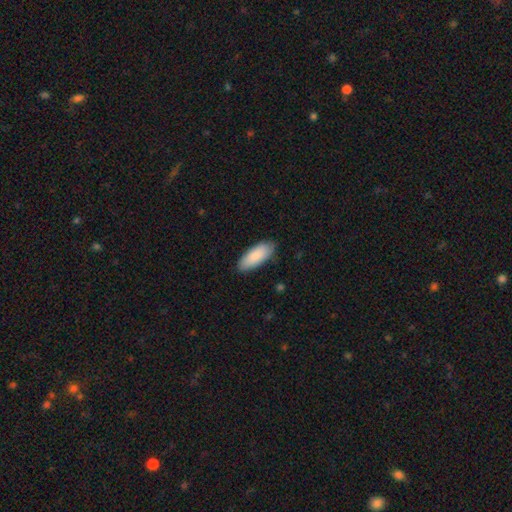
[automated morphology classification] This appears to be a smooth galaxy with no disk features (87%) that is in between round and cigar-shaped (81%). Merging: none (84%).